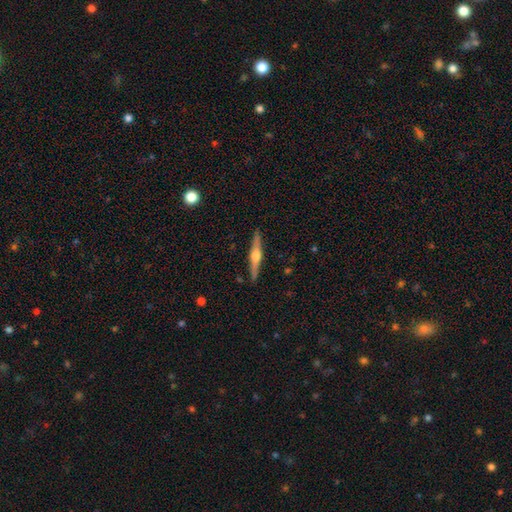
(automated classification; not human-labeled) A featured or disk galaxy (72%) viewed edge-on (98%) with a rounded central bulge (92%).

Vote fractions:
- Smooth or featured? featured or disk: 72% / smooth: 22% / star or artifact: 6%
- Edge-on disk? yes: 98% / no: 2%
- Edge-on bulge? rounded: 92% / boxy: 5% / none: 3%
- Merging? none: 90% / minor disturbance: 7% / major disturbance: 1% / merger: 1%